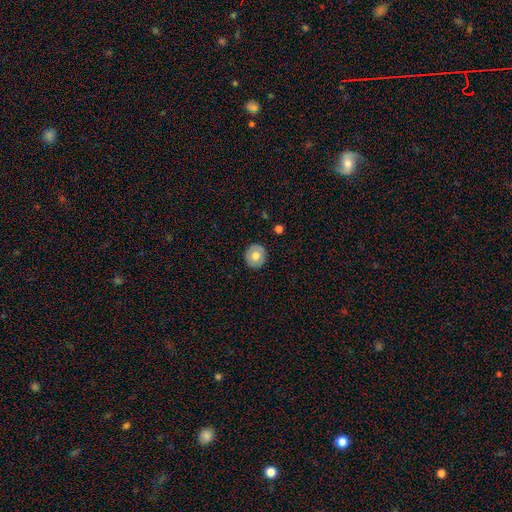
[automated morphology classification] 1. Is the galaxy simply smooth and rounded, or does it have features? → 67% smooth, 26% featured or disk, 7% star or artifact.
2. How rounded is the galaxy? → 87% round, 12% in between, 1% cigar-shaped.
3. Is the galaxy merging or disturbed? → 89% none, 8% minor disturbance, 2% major disturbance, 1% merger.